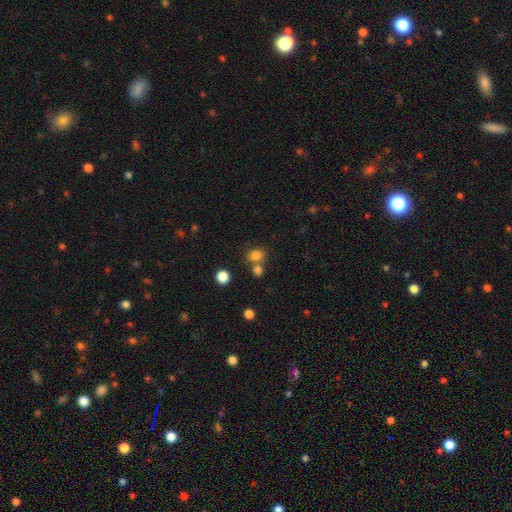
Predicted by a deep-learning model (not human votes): A smooth galaxy with no disk features (80%) that is in between round and cigar-shaped (57%).

Vote fractions:
- Smooth or featured? smooth: 80% / star or artifact: 13% / featured or disk: 7%
- How rounded? in between: 57% / round: 42% / cigar-shaped: 1%
- Merging? none: 54% / merger: 32% / minor disturbance: 10% / major disturbance: 4%